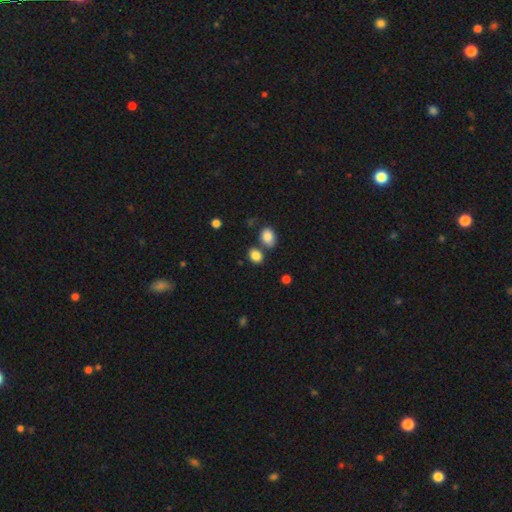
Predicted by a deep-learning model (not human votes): Smooth or featured?
  - smooth: 85% *
  - star or artifact: 9%
  - featured or disk: 5%
How rounded?
  - in between: 62% *
  - round: 37%
  - cigar-shaped: 1%
Merging?
  - none: 64% *
  - merger: 21%
  - minor disturbance: 12%
  - major disturbance: 4%